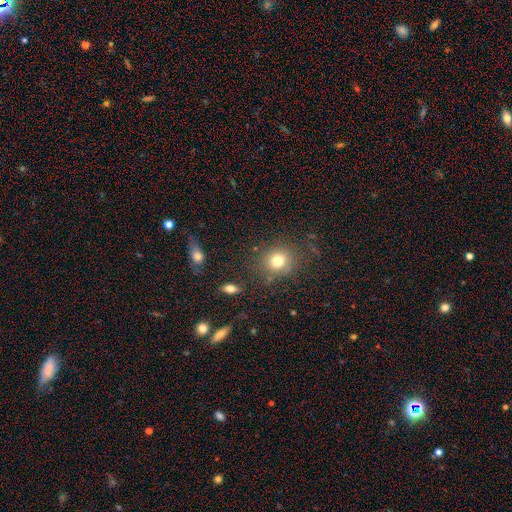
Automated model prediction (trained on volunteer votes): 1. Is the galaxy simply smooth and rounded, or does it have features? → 63% smooth, 28% star or artifact, 8% featured or disk.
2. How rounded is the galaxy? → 81% round, 17% in between, 1% cigar-shaped.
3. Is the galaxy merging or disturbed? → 81% none, 11% minor disturbance, 4% major disturbance, 4% merger.